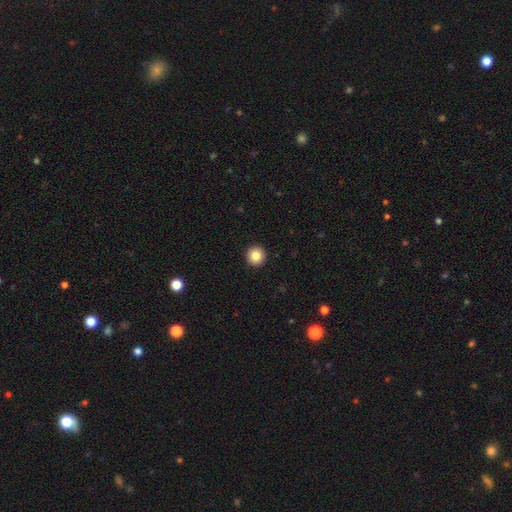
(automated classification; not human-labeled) A smooth galaxy with no disk features (84%) that is round (95%).

Vote fractions:
- Smooth or featured? smooth: 84% / star or artifact: 10% / featured or disk: 6%
- How rounded? round: 95% / in between: 4% / cigar-shaped: 1%
- Merging? none: 94% / minor disturbance: 4% / major disturbance: 1% / merger: 1%